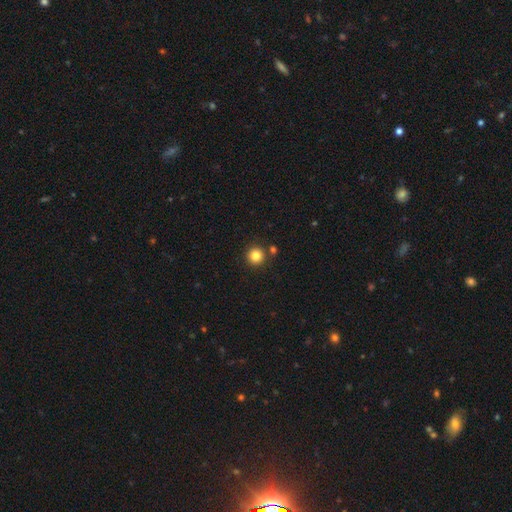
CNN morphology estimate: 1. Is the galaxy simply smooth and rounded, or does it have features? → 84% smooth, 12% star or artifact, 5% featured or disk.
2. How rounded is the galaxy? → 95% round, 4% in between, 1% cigar-shaped.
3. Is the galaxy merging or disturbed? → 86% none, 6% minor disturbance, 6% merger, 2% major disturbance.